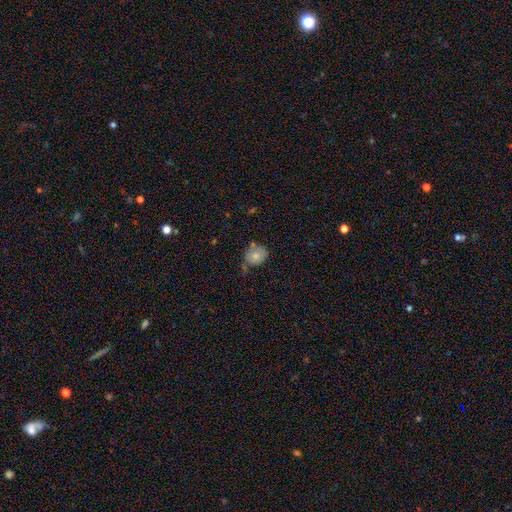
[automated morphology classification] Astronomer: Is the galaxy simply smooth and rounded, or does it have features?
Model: smooth — 75%.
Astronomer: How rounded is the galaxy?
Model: round — 64%.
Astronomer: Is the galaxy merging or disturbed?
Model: none — 53% (runner-up: minor disturbance, 30%).